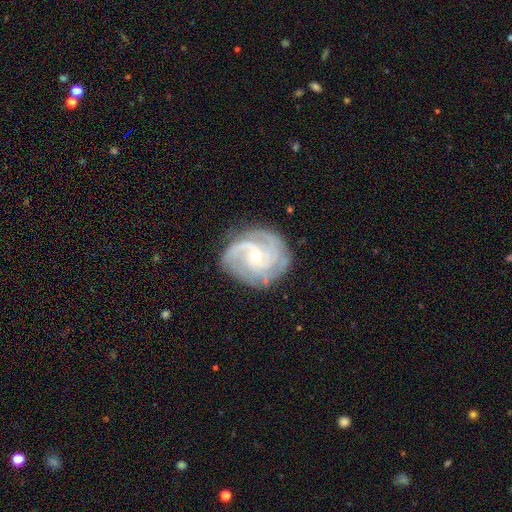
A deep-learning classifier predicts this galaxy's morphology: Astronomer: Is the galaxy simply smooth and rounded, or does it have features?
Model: featured or disk — 89%.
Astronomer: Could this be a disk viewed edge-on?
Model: no — 98%.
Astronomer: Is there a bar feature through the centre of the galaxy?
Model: no — 58% (runner-up: weak, 34%).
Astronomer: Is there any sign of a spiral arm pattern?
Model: yes — 98%.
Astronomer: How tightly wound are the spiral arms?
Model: tight — 53% (runner-up: medium, 39%).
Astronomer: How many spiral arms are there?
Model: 3 — 35% (runner-up: 2, 26%).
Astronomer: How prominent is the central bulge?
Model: small — 62%.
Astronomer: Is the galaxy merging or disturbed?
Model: none — 77%.